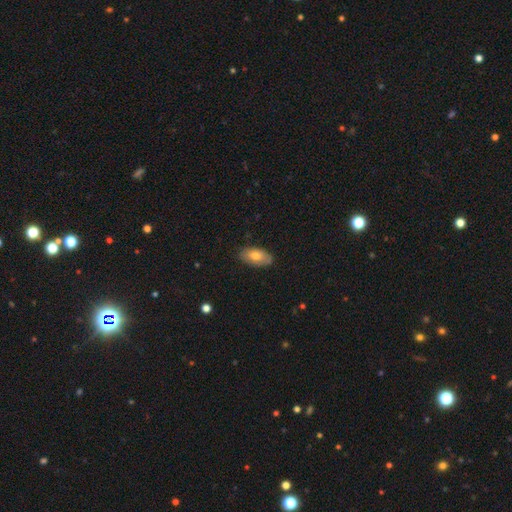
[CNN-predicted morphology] A smooth galaxy with no disk features (75%) that is in between round and cigar-shaped (93%).

Vote fractions:
- Smooth or featured? smooth: 75% / featured or disk: 18% / star or artifact: 7%
- How rounded? in between: 93% / round: 4% / cigar-shaped: 3%
- Merging? none: 82% / minor disturbance: 14% / major disturbance: 2% / merger: 1%